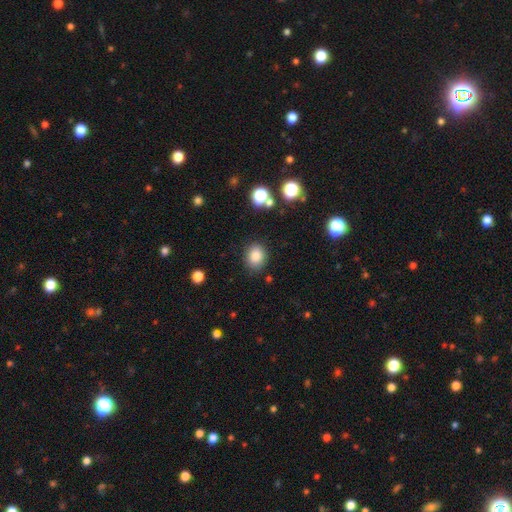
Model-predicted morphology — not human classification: Overall: smooth (84%). How rounded: round (61%; in between 38%). Merging: none (86%).